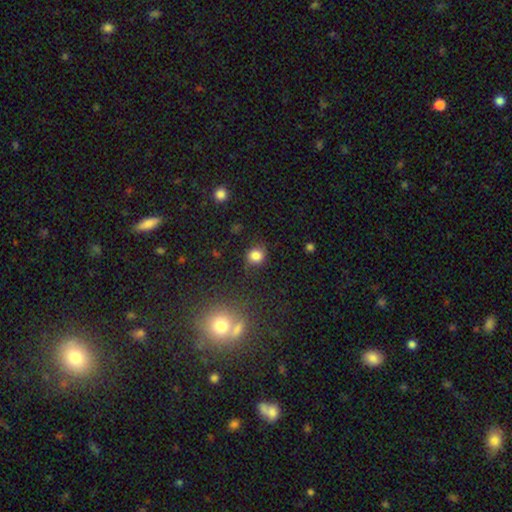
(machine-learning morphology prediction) smooth 80%, star or artifact 12%, featured or disk 8%. Down the decision tree: how rounded — round (80%); merging — none (75%).